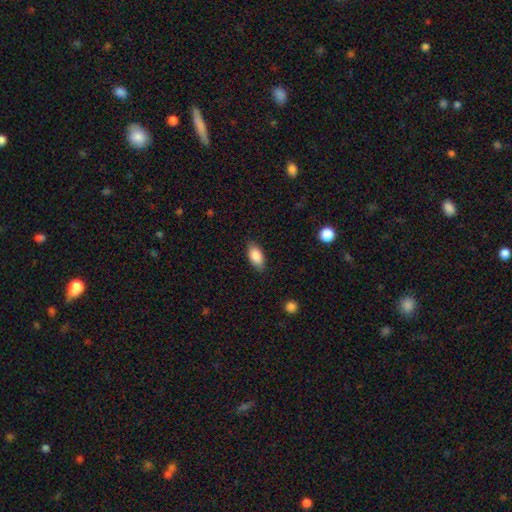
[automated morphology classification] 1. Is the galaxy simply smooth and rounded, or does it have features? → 87% smooth, 7% star or artifact, 6% featured or disk.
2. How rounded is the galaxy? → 91% in between, 6% cigar-shaped, 3% round.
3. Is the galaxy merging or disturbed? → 84% none, 12% minor disturbance, 3% major disturbance, 1% merger.